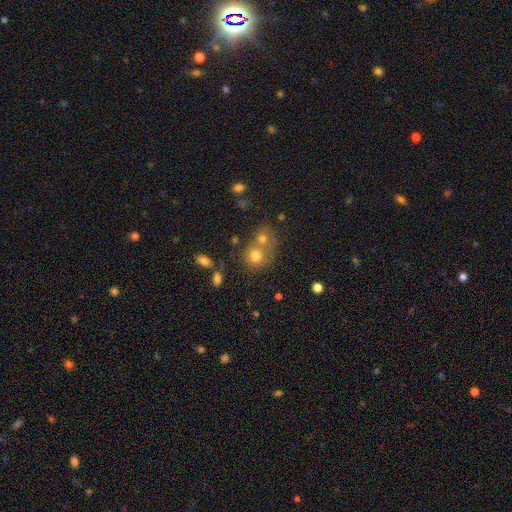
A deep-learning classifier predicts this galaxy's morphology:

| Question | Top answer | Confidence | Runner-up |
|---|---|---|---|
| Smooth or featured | smooth | 73% | star or artifact (14%) |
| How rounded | round | 78% | in between (21%) |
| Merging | merger | 44% | none (42%) |